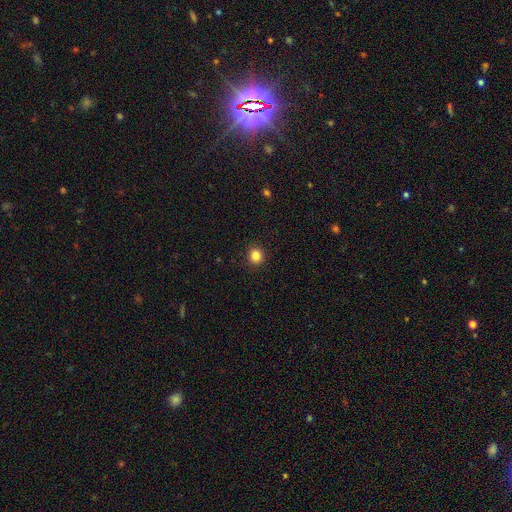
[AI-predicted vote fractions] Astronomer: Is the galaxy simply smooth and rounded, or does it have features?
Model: smooth — 85%.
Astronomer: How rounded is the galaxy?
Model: round — 85%.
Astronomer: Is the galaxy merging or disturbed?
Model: none — 91%.